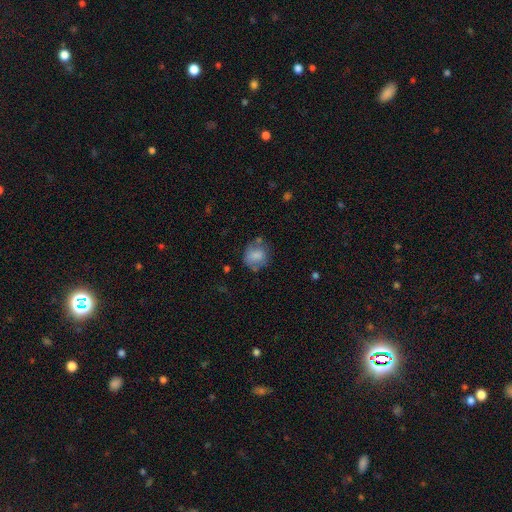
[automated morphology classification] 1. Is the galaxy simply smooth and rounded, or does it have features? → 74% smooth, 17% featured or disk, 9% star or artifact.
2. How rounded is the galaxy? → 69% round, 29% in between, 1% cigar-shaped.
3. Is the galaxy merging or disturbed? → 54% none, 26% minor disturbance, 13% major disturbance, 8% merger.